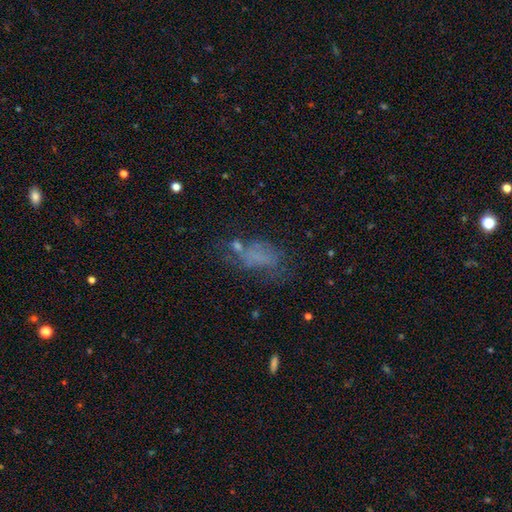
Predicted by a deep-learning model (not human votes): This appears to be a smooth galaxy with no disk features (53%) that is in between round and cigar-shaped (83%). Merging: none (43%).